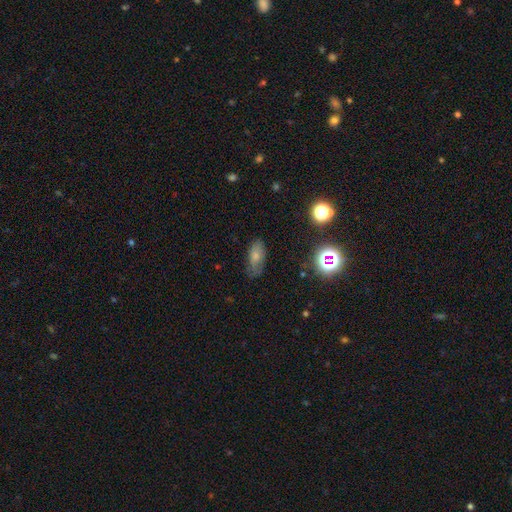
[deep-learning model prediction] A smooth galaxy with no disk features (69%) that is in between round and cigar-shaped (88%).

Vote fractions:
- Smooth or featured? smooth: 69% / featured or disk: 19% / star or artifact: 12%
- How rounded? in between: 88% / cigar-shaped: 7% / round: 5%
- Merging? none: 66% / minor disturbance: 26% / major disturbance: 7% / merger: 2%